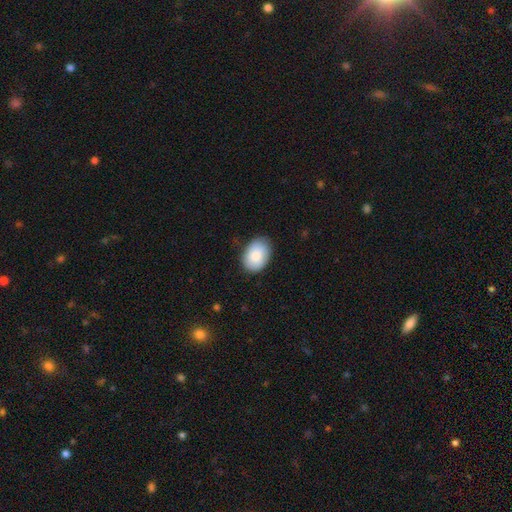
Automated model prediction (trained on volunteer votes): Morphology: type=smooth (85%); roundness=in between (82%); merging=none (80%).